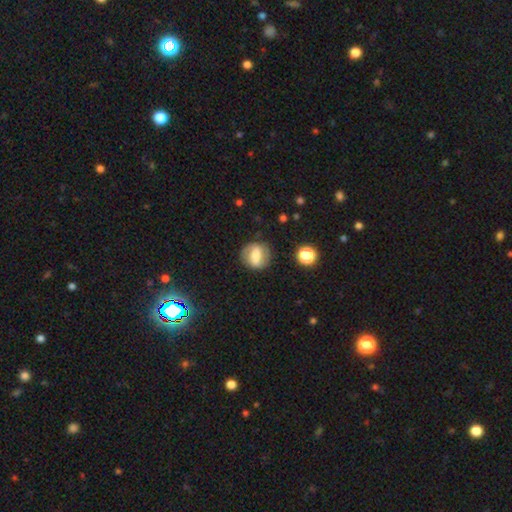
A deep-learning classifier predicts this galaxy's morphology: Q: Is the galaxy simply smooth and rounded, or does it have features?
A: featured or disk — 47%.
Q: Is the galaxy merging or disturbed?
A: none — 78%.